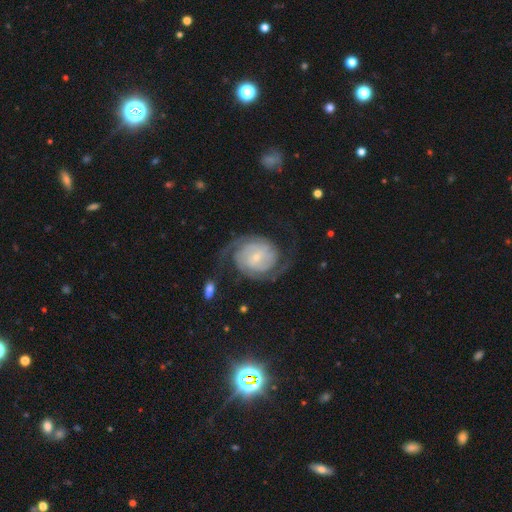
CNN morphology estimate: smooth-or-featured: featured or disk: 86% | smooth: 8% | star or artifact: 6%
  disk-edge-on: no: 97% | yes: 3%
    bar: no: 53% | weak: 36% | strong: 12%
    has-spiral-arms: yes: 97% | no: 3%
      spiral-winding: tight: 46% | medium: 38% | loose: 16%
      spiral-arm-count: 2: 78% | can't tell: 8% | 3: 6% | 4: 3% | 1: 3% | more than 4: 3%
    bulge-size: small: 78% | moderate: 15% | none: 4% | large: 3% | dominant: 2%
  merging: none: 70% | minor disturbance: 14% | major disturbance: 13% | merger: 2%